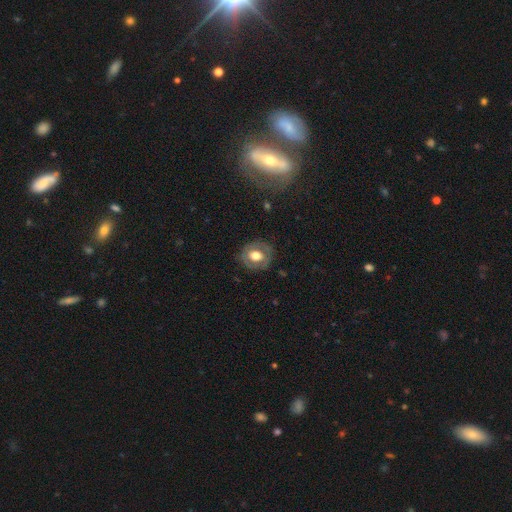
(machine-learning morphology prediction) smooth_or_featured: smooth (p=0.50) [alt: featured or disk p=0.42]
how_rounded: round (p=0.67) [alt: in between p=0.32]
merging: none (p=0.79) [alt: minor disturbance p=0.14]